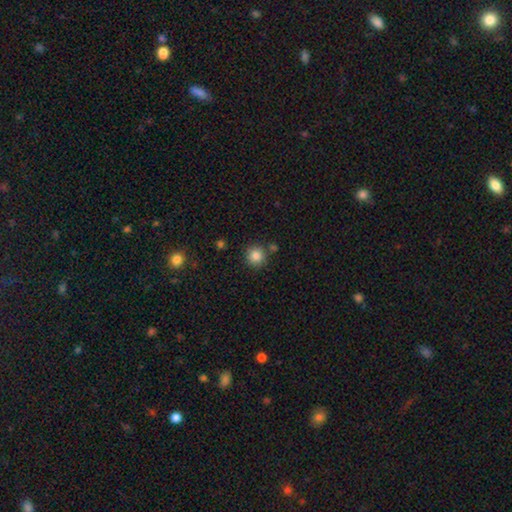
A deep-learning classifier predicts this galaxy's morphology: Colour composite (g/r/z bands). It shows a smooth galaxy with no disk features (85%) that is round (93%). Merging: none (81%).